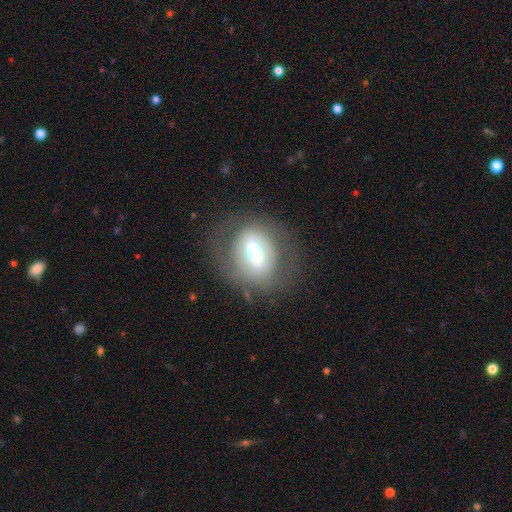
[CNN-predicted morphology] Smooth or featured: featured or disk — 54% (smooth — 36%)
Edge-on disk: no — 90% (yes — 10%)
Merging: none — 63% (minor disturbance — 18%)